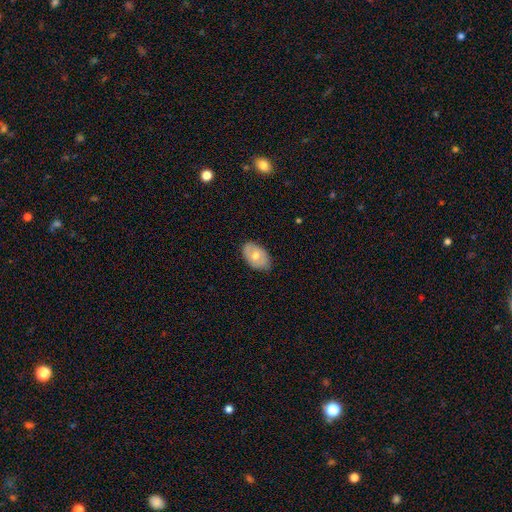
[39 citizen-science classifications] Overall: featured or disk (49%; smooth 46%). Edge-on disk: no (84%). Bar: no (94%). Spiral arms: no (88%). Bulge size: moderate (62%; small 25%). Merging: none (86%).